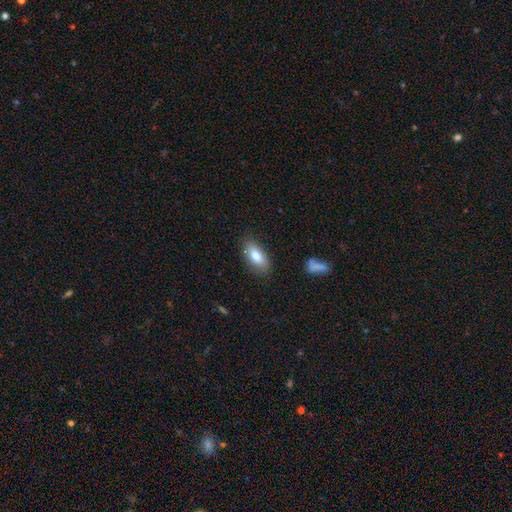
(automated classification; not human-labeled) Overall: smooth (81%). How rounded: in between (88%). Merging: none (83%).